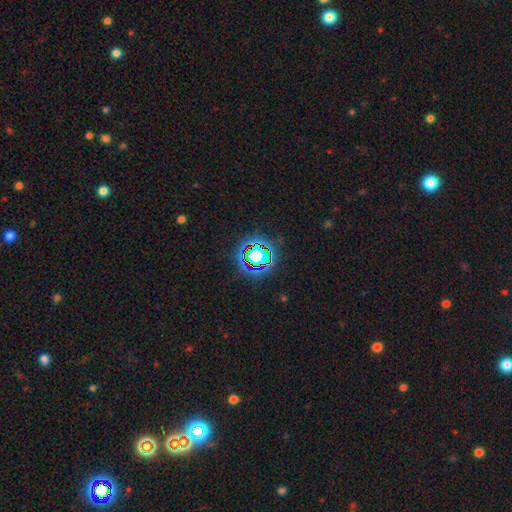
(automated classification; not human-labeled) Smooth or featured? star or artifact (67%)